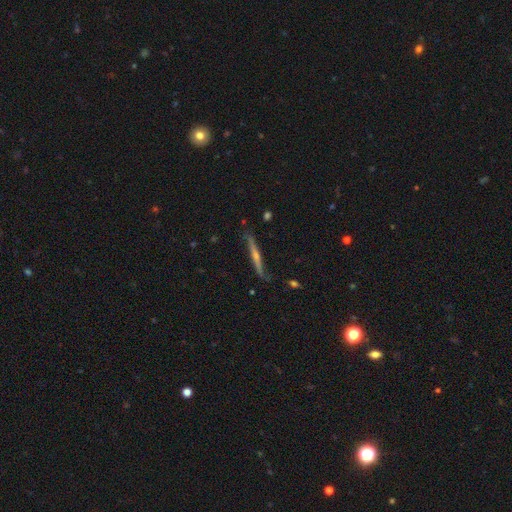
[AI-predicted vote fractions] Overall: featured or disk (71%). Edge-on disk: yes (93%). Edge-on bulge: rounded (62%; none 31%). Merging: none (76%).